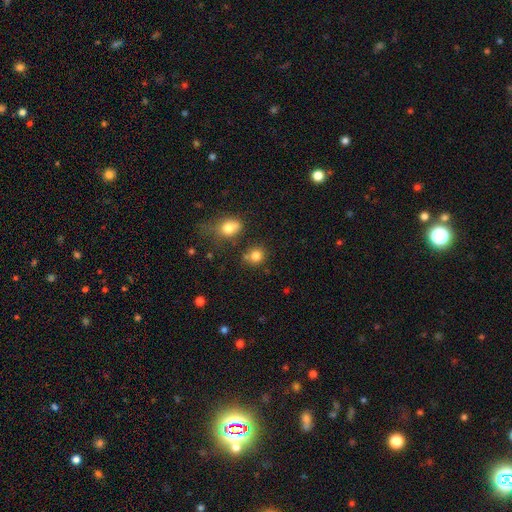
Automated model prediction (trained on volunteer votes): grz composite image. It shows a smooth galaxy with no disk features (82%) that is round (79%). Merging: none (67%).